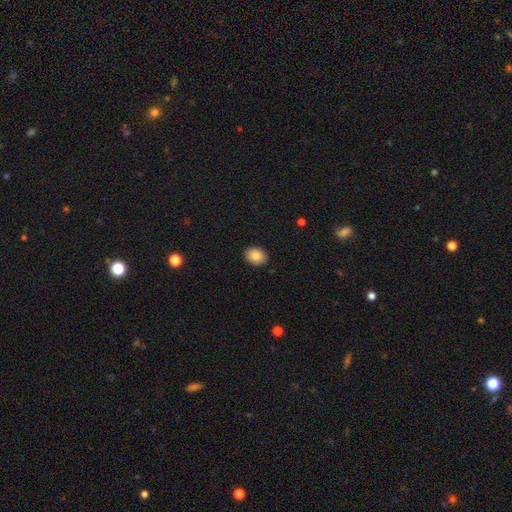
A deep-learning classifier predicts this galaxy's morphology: This appears to be a smooth galaxy with no disk features (87%) that is in between round and cigar-shaped (67%). Merging: none (90%).